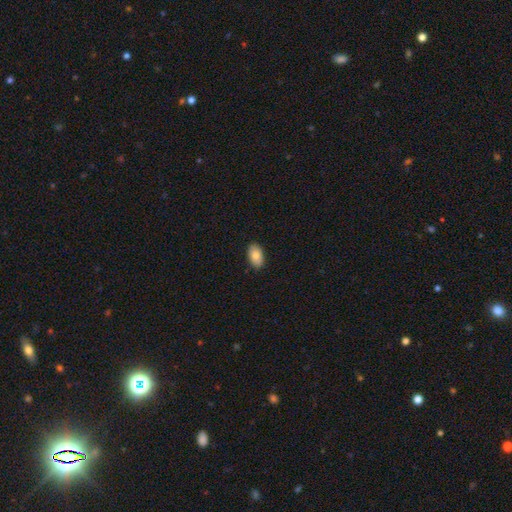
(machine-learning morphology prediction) This is clearly a smooth galaxy (85%). How rounded: clearly in between (92%). Merging: clearly none (85%).